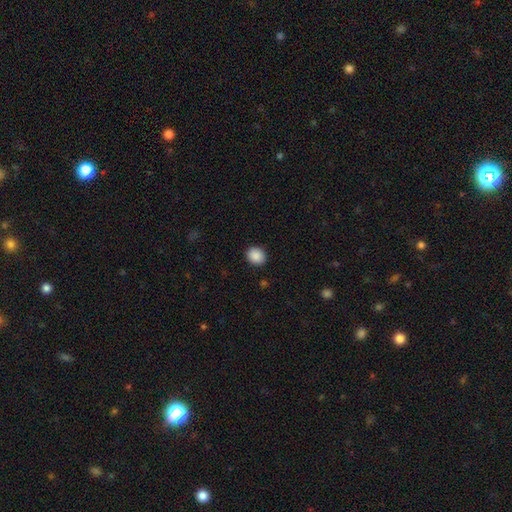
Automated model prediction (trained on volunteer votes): Smooth or featured? Predicted: smooth (p=0.89). How rounded? Predicted: round (p=0.66). Merging? Predicted: none (p=0.90).